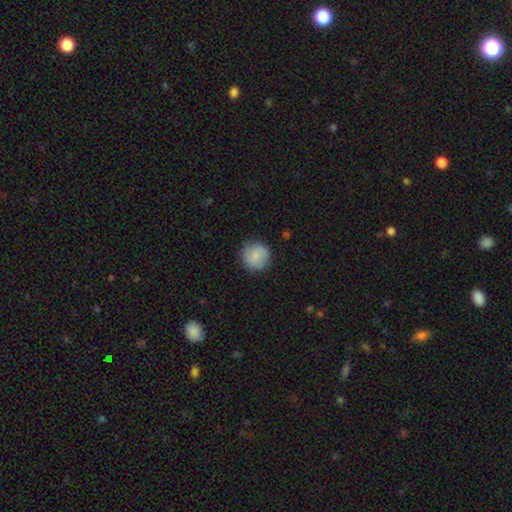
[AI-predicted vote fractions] This is clearly a smooth galaxy (83%). How rounded: clearly round (94%). Merging: clearly none (86%).